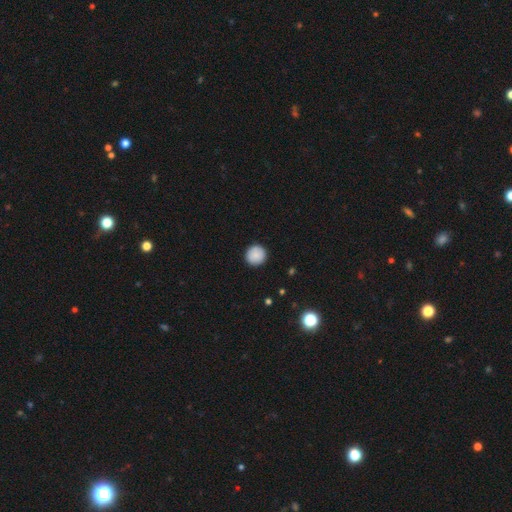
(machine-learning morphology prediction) Smooth or featured?
  - smooth: 89% *
  - star or artifact: 7%
  - featured or disk: 4%
How rounded?
  - round: 95% *
  - in between: 4%
  - cigar-shaped: 1%
Merging?
  - none: 92% *
  - minor disturbance: 5%
  - major disturbance: 2%
  - merger: 1%